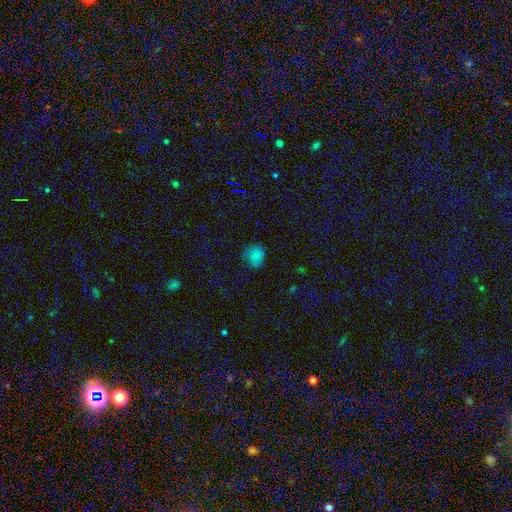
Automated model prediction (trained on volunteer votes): A smooth galaxy with no disk features (69%) that is round (63%).

Vote fractions:
- Smooth or featured? smooth: 69% / featured or disk: 18% / star or artifact: 13%
- How rounded? round: 63% / in between: 36% / cigar-shaped: 1%
- Merging? none: 57% / minor disturbance: 27% / major disturbance: 14% / merger: 2%